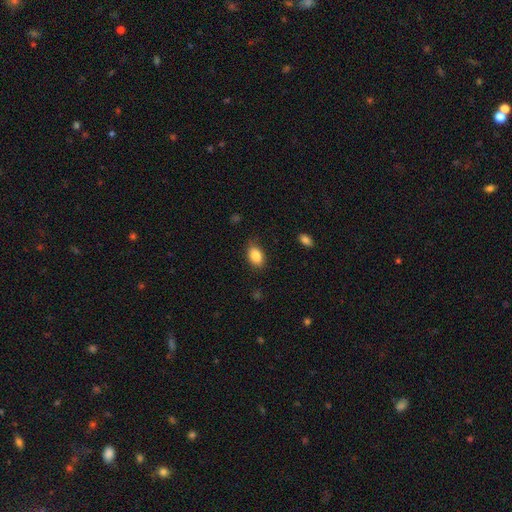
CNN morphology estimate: Smooth or featured?
  - smooth: 85% *
  - star or artifact: 8%
  - featured or disk: 7%
How rounded?
  - in between: 86% *
  - round: 13%
  - cigar-shaped: 2%
Merging?
  - none: 80% *
  - minor disturbance: 15%
  - major disturbance: 3%
  - merger: 1%